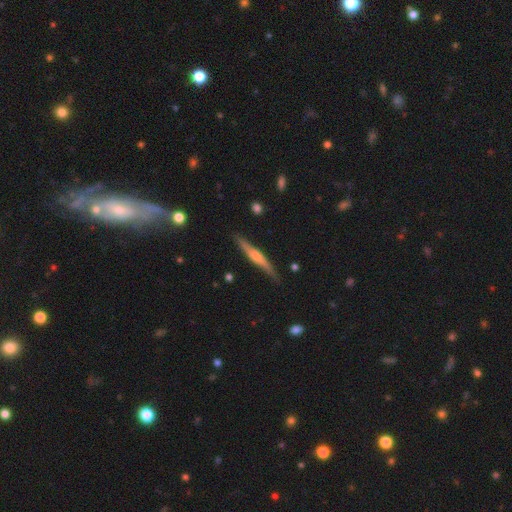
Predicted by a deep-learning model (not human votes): Smooth or featured? Predicted: featured or disk (p=0.64). Edge-on disk? Predicted: yes (p=0.95). Edge-on bulge? Predicted: rounded (p=0.69). Merging? Predicted: none (p=0.82).